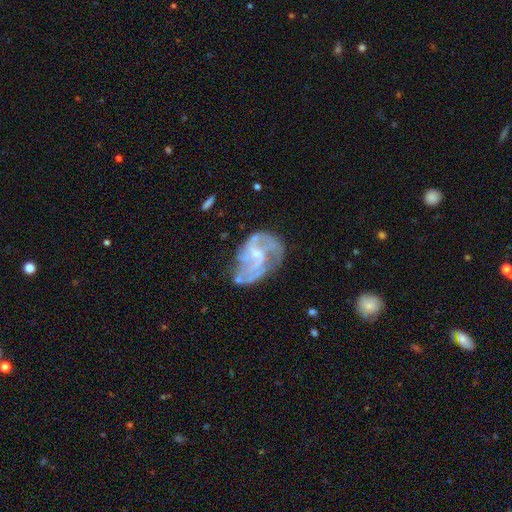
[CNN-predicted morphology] Smooth or featured: featured or disk — 80% (smooth — 12%)
Edge-on disk: no — 98% (yes — 2%)
Bar: weak — 45% (no — 44%)
Spiral arms: yes — 82% (no — 18%)
Spiral winding: medium — 44% (loose — 32%)
Spiral arm count: 2 — 42% (can't tell — 26%)
Bulge size: small — 62% (moderate — 19%)
Merging: none — 43% (major disturbance — 26%)